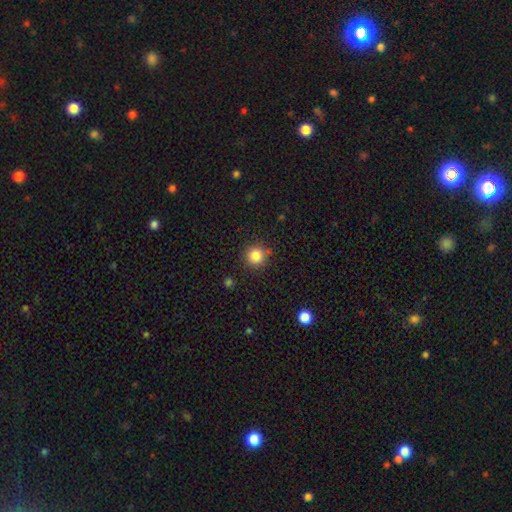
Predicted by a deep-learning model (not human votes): smooth-or-featured: smooth: 84% | star or artifact: 11% | featured or disk: 5%
  how-rounded: round: 94% | in between: 5% | cigar-shaped: 1%
  merging: none: 85% | minor disturbance: 9% | merger: 3% | major disturbance: 3%